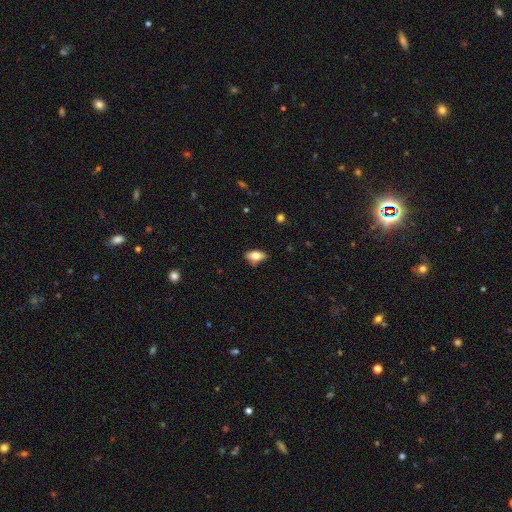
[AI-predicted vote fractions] Q: Smooth or featured?
A: smooth (74%); runner-up: featured or disk (18%)
Q: How rounded?
A: in between (88%); runner-up: round (6%)
Q: Merging?
A: none (75%); runner-up: minor disturbance (19%)